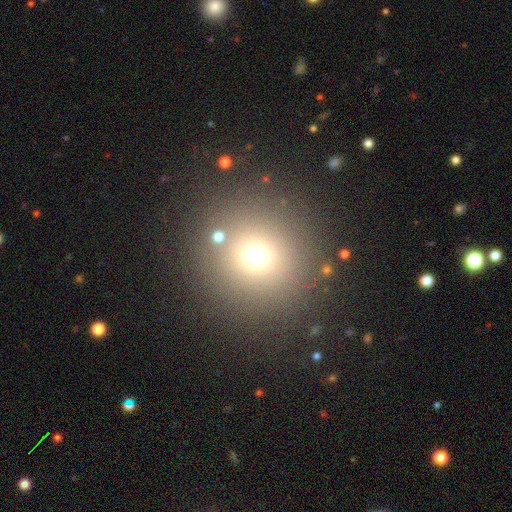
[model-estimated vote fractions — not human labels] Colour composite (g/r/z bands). It shows a smooth galaxy with no disk features (66%) that is round (93%). Merging: none (85%).